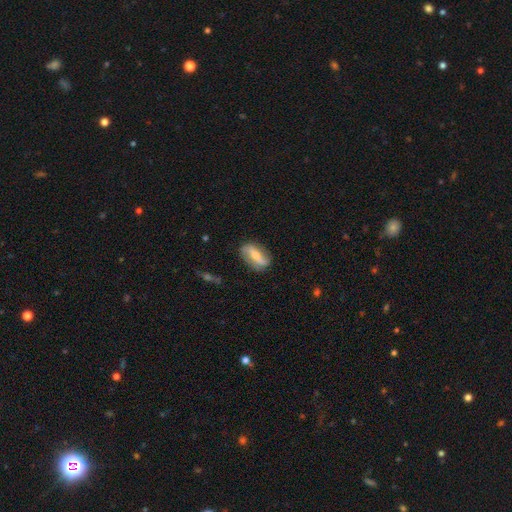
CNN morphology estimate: This appears to be a featured or disk galaxy (62%) with a strong bar (53%), spiral arms (79%) and a small central bulge (47%). Merging: none (80%).